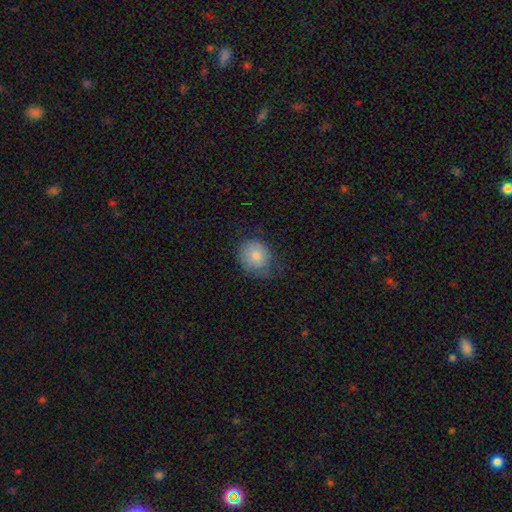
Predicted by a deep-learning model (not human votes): The model was most divided on "merging": none: 53%, minor disturbance: 33%, major disturbance: 14%, merger: 1%. More confident: smooth or featured — smooth (79%); how rounded — round (66%).